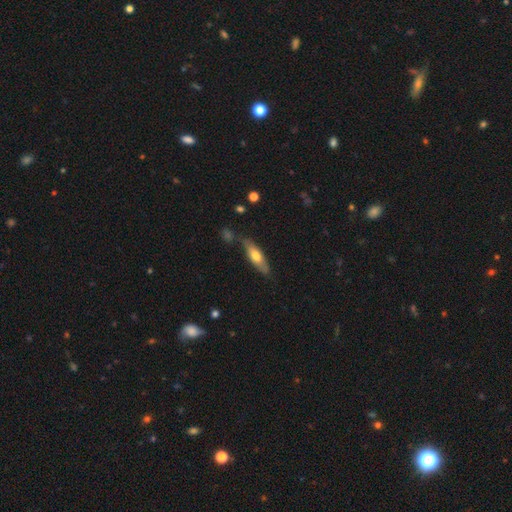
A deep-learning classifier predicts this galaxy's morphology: Smooth or featured? smooth (59%)
How rounded? cigar-shaped (53%)
Merging? none (70%)